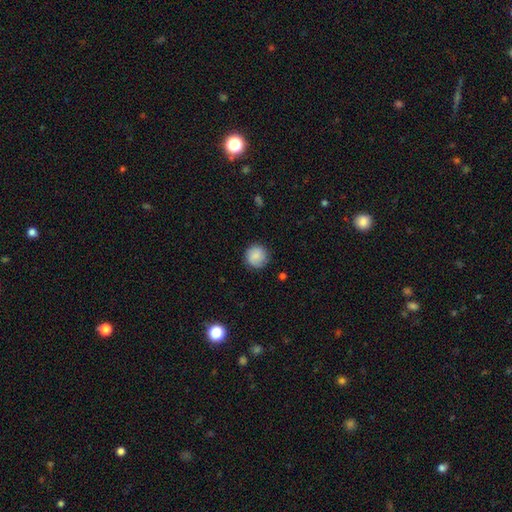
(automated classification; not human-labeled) This appears to be a smooth galaxy with no disk features (78%) that is round (93%). Merging: none (84%).